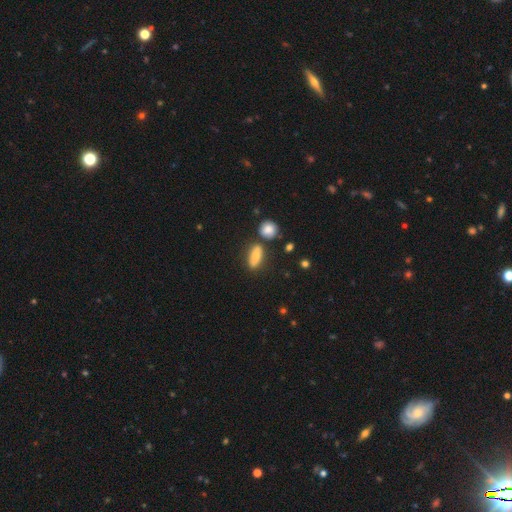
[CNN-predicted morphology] A smooth galaxy with no disk features (79%) that is in between round and cigar-shaped (76%).

Vote fractions:
- Smooth or featured? smooth: 79% / featured or disk: 12% / star or artifact: 9%
- How rounded? in between: 76% / cigar-shaped: 16% / round: 7%
- Merging? none: 63% / minor disturbance: 19% / merger: 12% / major disturbance: 6%